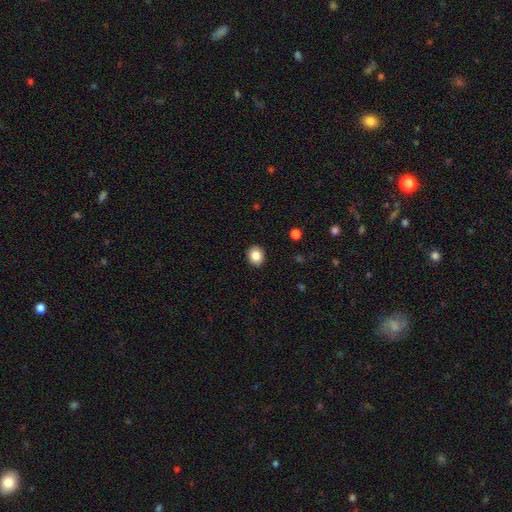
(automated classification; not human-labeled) Morphology: type=smooth (85%); roundness=round (59%); merging=none (91%).